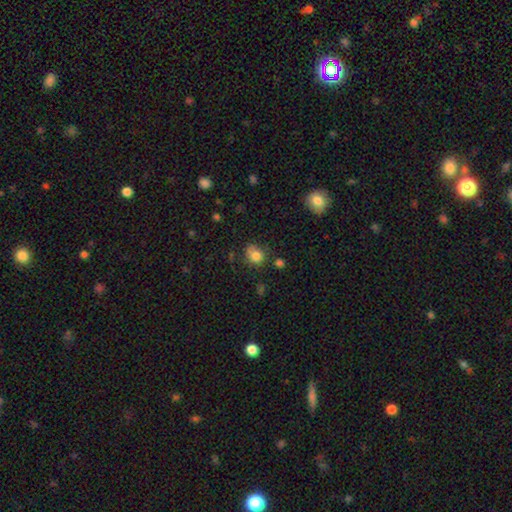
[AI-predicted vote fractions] Overall: smooth (80%). How rounded: round (66%; in between 33%). Merging: none (61%; minor disturbance 26%).